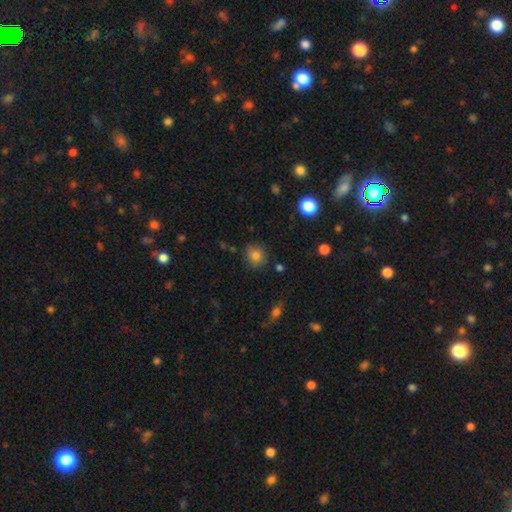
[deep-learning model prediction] Smooth or featured?
  - smooth: 80% *
  - star or artifact: 12%
  - featured or disk: 8%
How rounded?
  - round: 82% *
  - in between: 17%
  - cigar-shaped: 1%
Merging?
  - none: 84% *
  - minor disturbance: 12%
  - major disturbance: 3%
  - merger: 2%